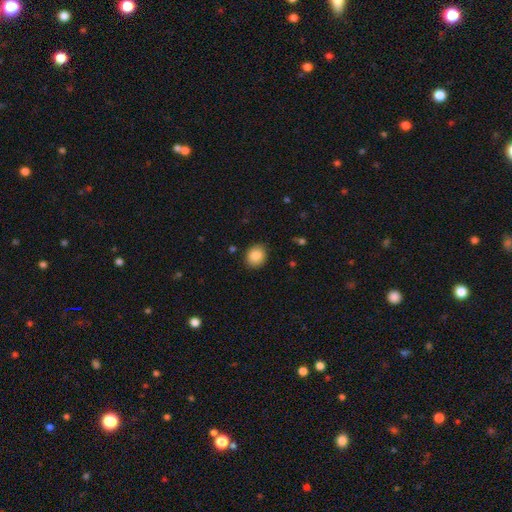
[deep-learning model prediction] This appears to be a smooth galaxy with no disk features (87%) that is round (71%). Merging: none (88%).